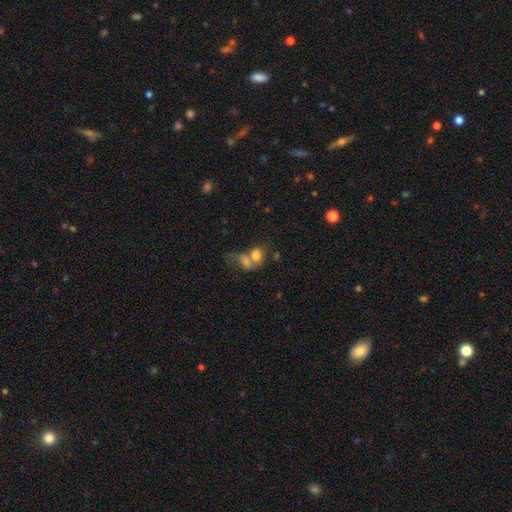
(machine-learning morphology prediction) type=smooth (71%); roundness=in between (58%); merging=merger (67%).